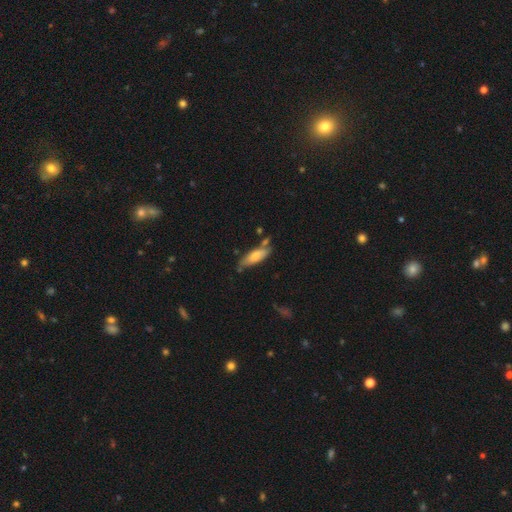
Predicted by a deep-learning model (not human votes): A smooth galaxy with no disk features (73%) that is in between round and cigar-shaped (57%). Merging: none (56%).